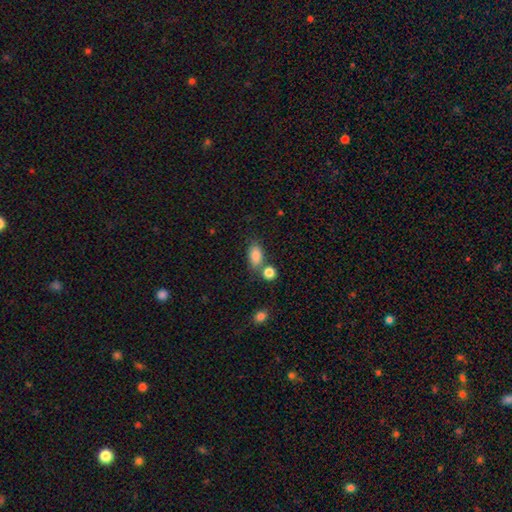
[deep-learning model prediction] Smooth or featured? smooth (86%)
How rounded? in between (85%)
Merging? none (56%)